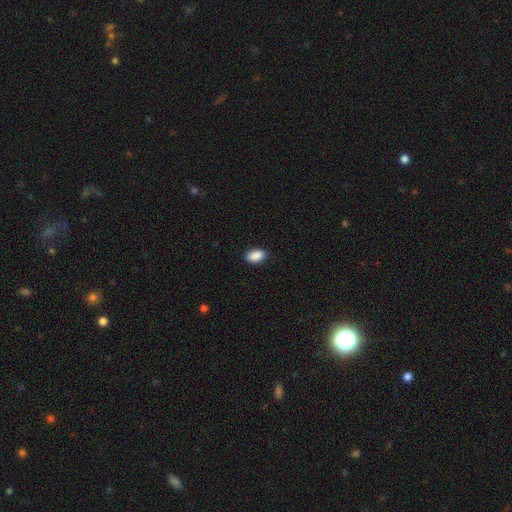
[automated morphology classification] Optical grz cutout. It shows a smooth galaxy with no disk features (90%) that is in between round and cigar-shaped (91%). Merging: none (88%).